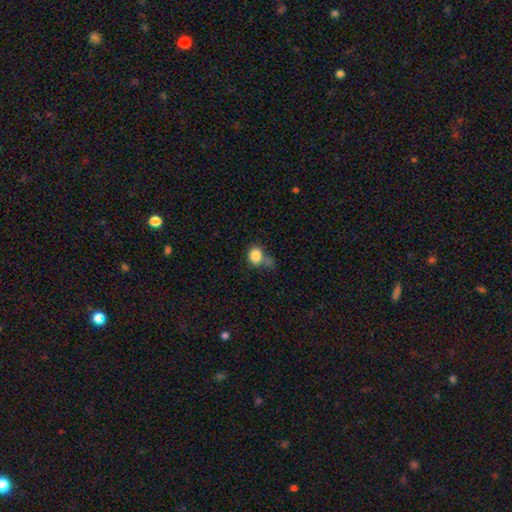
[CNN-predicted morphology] smooth-or-featured: smooth: 84% | star or artifact: 10% | featured or disk: 6%
  how-rounded: round: 67% | in between: 32% | cigar-shaped: 1%
  merging: none: 45% | merger: 22% | minor disturbance: 21% | major disturbance: 12%